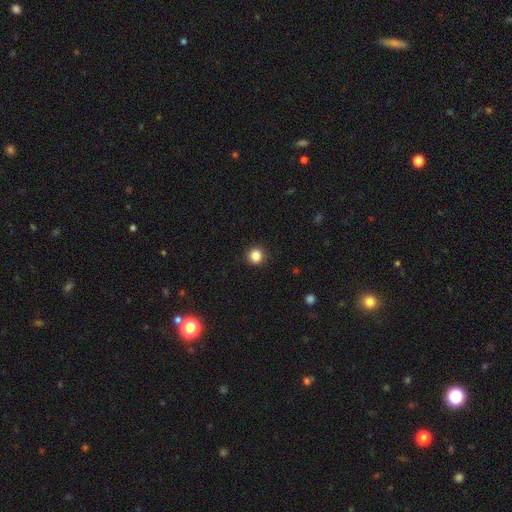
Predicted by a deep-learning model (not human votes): Smooth or featured? Predicted: smooth (p=0.85). How rounded? Predicted: round (p=0.91). Merging? Predicted: none (p=0.91).